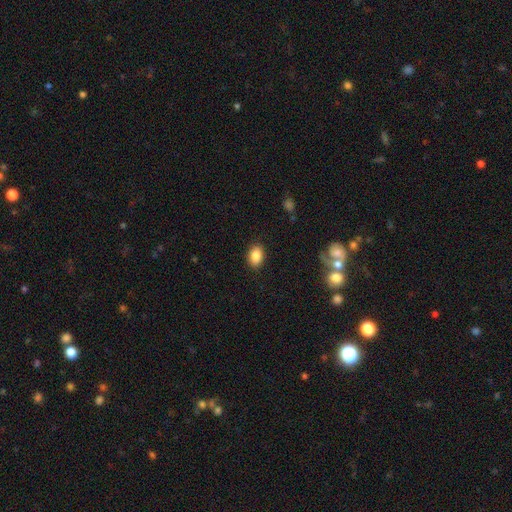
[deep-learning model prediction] Morphology: type=smooth (85%); roundness=in between (82%); merging=none (88%).